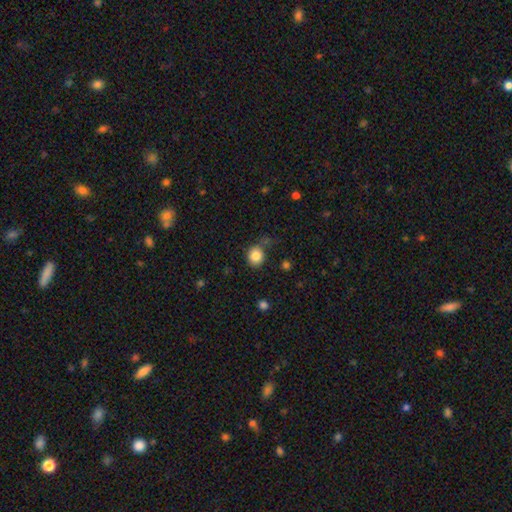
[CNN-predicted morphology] Smooth or featured: smooth — 84% (star or artifact — 10%)
How rounded: round — 80% (in between — 19%)
Merging: none — 72% (minor disturbance — 17%)